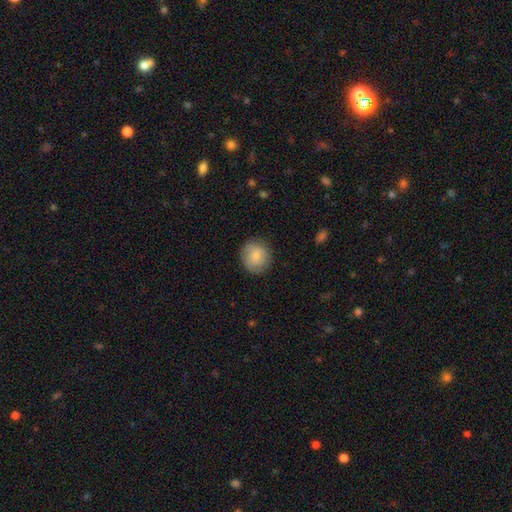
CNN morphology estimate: The model was most divided on "smooth or featured": smooth: 79%, featured or disk: 15%, star or artifact: 6%. More confident: how rounded — round (87%); merging — none (84%).